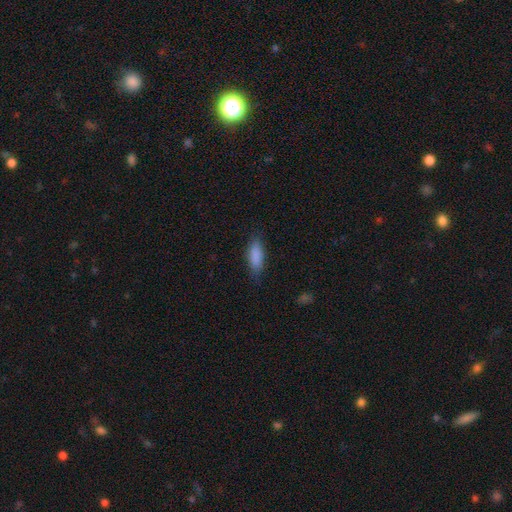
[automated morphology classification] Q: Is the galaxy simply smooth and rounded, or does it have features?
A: smooth — 86%.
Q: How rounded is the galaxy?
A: in between — 66%.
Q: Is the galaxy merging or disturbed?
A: none — 79%.